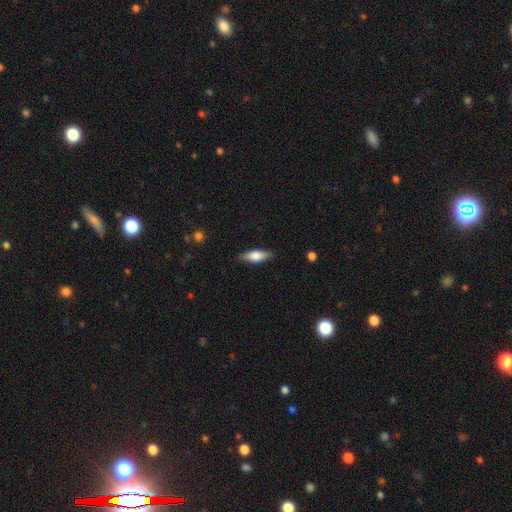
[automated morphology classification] smooth_or_featured: smooth (p=0.60) [alt: featured or disk p=0.34]
how_rounded: in between (p=0.57) [alt: cigar-shaped p=0.40]
merging: none (p=0.86) [alt: minor disturbance p=0.11]